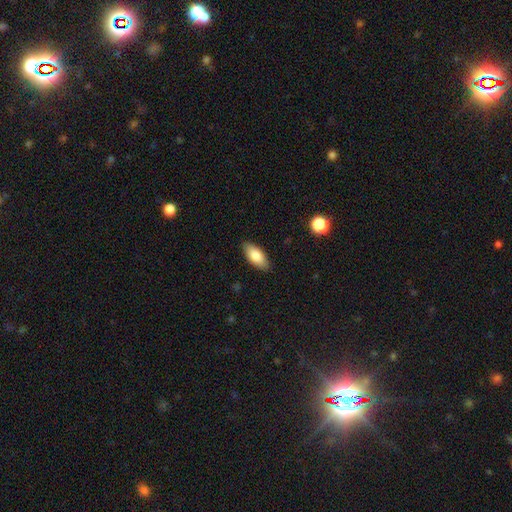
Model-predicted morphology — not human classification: smooth 81%, featured or disk 12%, star or artifact 7%. Down the decision tree: how rounded — in between (87%); merging — none (87%).